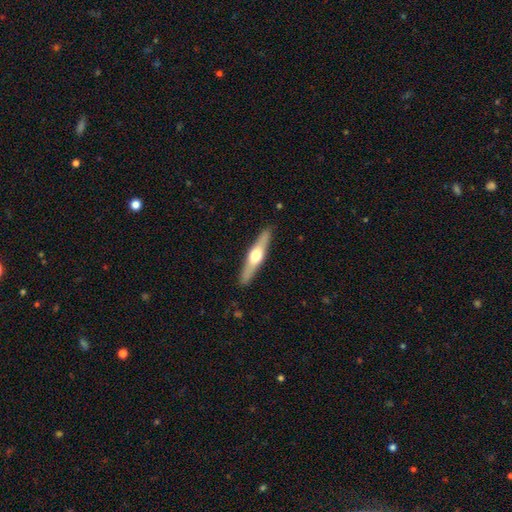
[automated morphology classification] Smooth or featured?
  - featured or disk: 61% *
  - smooth: 34%
  - star or artifact: 5%
Edge-on disk?
  - yes: 95% *
  - no: 5%
Edge-on bulge?
  - rounded: 94% *
  - boxy: 3%
  - none: 3%
Merging?
  - none: 90% *
  - minor disturbance: 8%
  - major disturbance: 2%
  - merger: 1%